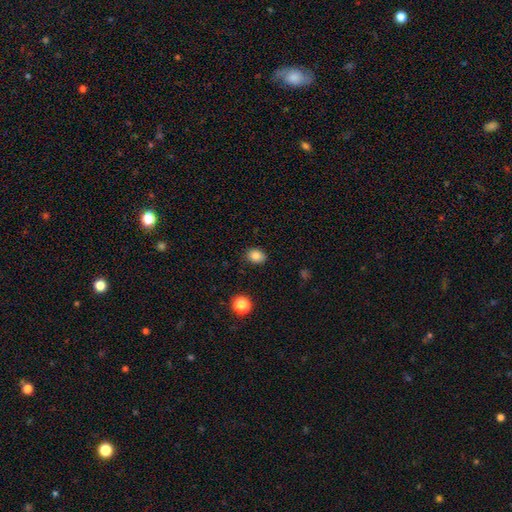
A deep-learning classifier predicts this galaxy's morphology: Overall: smooth (84%). How rounded: in between (58%; round 41%). Merging: none (85%).